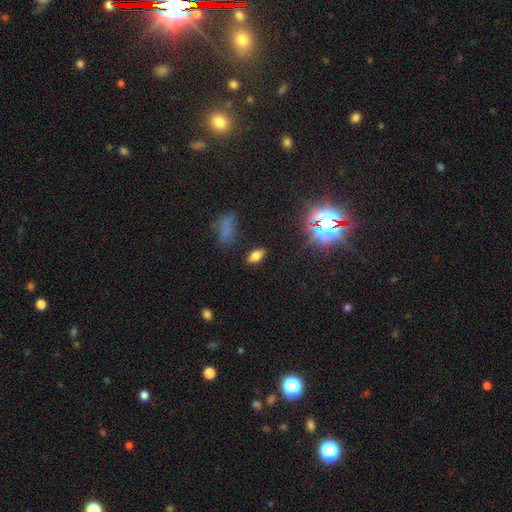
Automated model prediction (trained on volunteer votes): This appears to be a smooth galaxy with no disk features (73%) that is in between round and cigar-shaped (88%). Merging: none (85%).